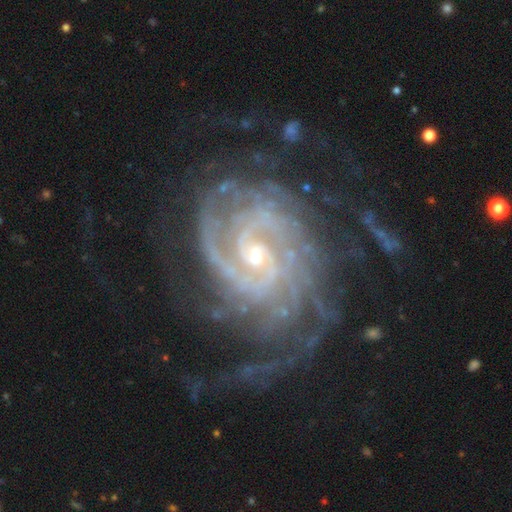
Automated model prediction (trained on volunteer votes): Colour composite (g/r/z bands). It shows a featured or disk galaxy (92%) with no bar (48%), 2 (27%) tight (70%) spiral arms (98%) and a small central bulge (61%). Merging: none (62%).